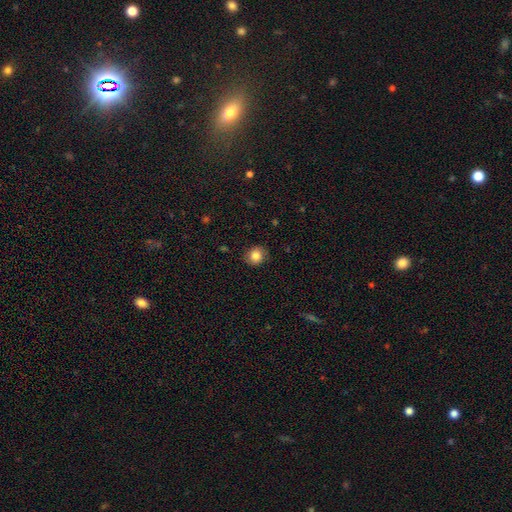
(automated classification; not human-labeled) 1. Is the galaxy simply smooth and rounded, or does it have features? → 84% smooth, 9% star or artifact, 7% featured or disk.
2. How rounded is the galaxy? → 79% round, 20% in between, 1% cigar-shaped.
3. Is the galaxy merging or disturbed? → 85% none, 11% minor disturbance, 3% major disturbance, 1% merger.